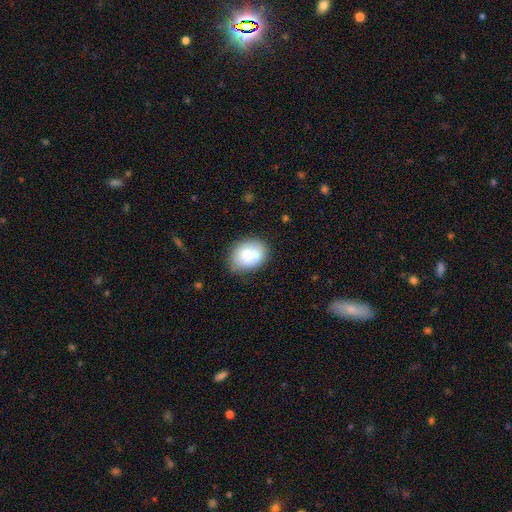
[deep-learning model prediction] Smooth or featured? smooth (76%)
How rounded? in between (59%)
Merging? none (64%)